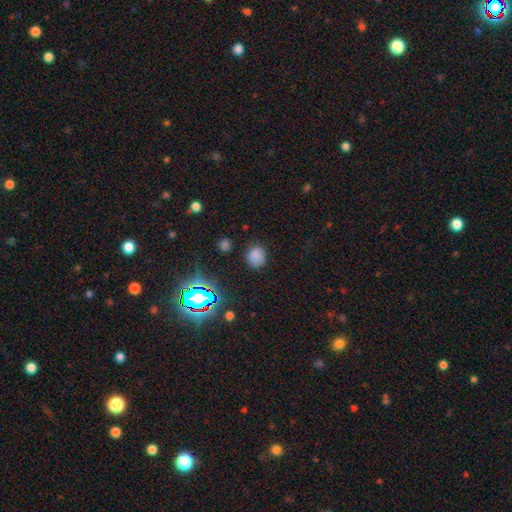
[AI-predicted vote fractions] A smooth galaxy with no disk features (74%) that is round (72%). Merging: none (81%).